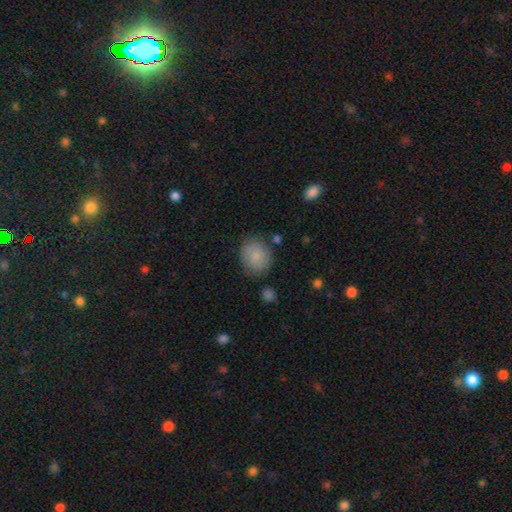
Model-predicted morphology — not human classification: Smooth or featured: smooth — 82% (featured or disk — 11%)
How rounded: round — 78% (in between — 21%)
Merging: none — 77% (minor disturbance — 16%)